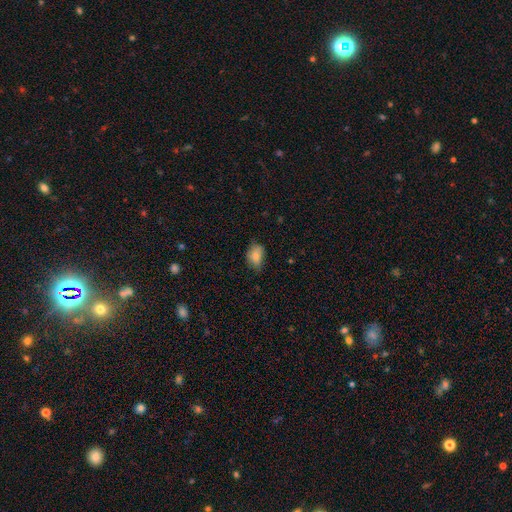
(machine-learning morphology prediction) This appears to be a smooth galaxy with no disk features (80%) that is in between round and cigar-shaped (82%). Merging: none (57%).